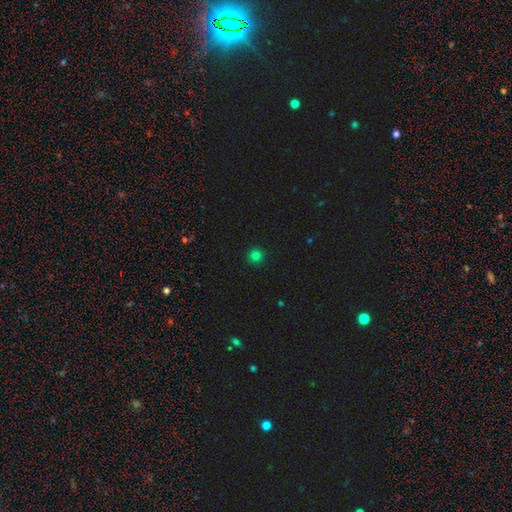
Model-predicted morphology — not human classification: The model was most divided on "smooth or featured": smooth: 80%, star or artifact: 16%, featured or disk: 4%. More confident: how rounded — round (95%); merging — none (93%).